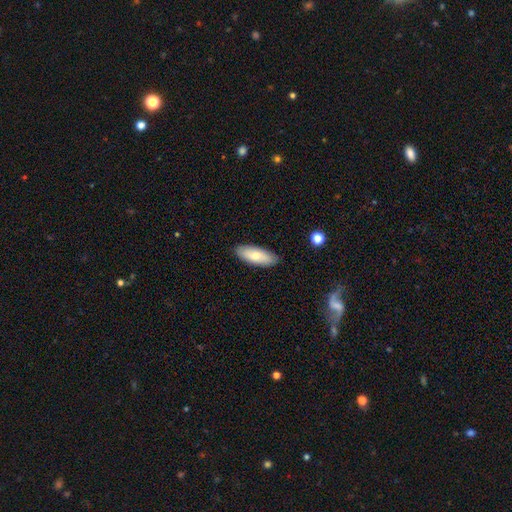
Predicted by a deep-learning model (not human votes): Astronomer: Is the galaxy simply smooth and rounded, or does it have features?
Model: smooth — 76%.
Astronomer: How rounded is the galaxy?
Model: in between — 73%.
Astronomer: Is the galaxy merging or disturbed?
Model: none — 87%.